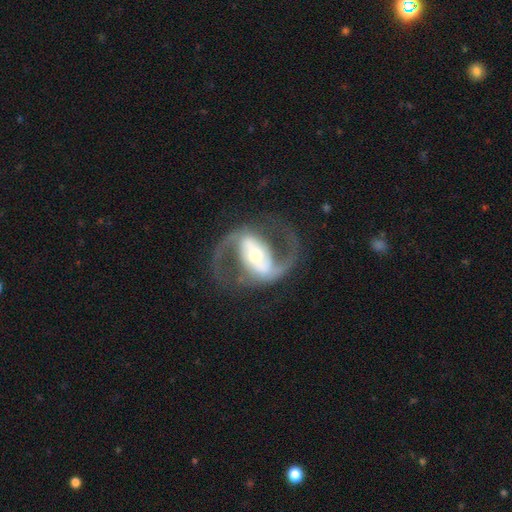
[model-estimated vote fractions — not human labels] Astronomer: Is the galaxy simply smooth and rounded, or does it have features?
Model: featured or disk — 91%.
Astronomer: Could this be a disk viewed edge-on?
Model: no — 97%.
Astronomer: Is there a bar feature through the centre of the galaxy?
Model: strong — 56%.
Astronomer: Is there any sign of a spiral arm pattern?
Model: yes — 95%.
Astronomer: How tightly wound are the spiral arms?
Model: medium — 57%.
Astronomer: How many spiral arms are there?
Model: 2 — 94%.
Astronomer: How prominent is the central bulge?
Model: moderate — 49% (runner-up: small, 38%).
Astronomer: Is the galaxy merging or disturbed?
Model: none — 78%.